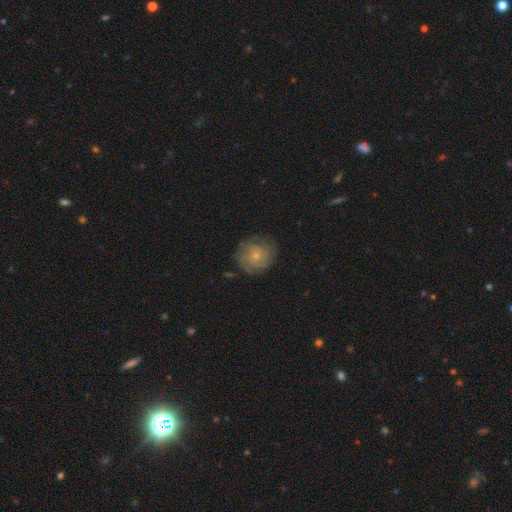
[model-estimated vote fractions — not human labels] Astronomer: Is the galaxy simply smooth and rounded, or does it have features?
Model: featured or disk — 55% (runner-up: smooth, 36%).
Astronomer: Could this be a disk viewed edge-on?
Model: no — 97%.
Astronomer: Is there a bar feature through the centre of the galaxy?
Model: no — 82%.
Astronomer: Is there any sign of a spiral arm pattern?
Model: yes — 85%.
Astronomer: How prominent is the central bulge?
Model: small — 75%.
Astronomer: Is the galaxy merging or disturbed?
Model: none — 76%.